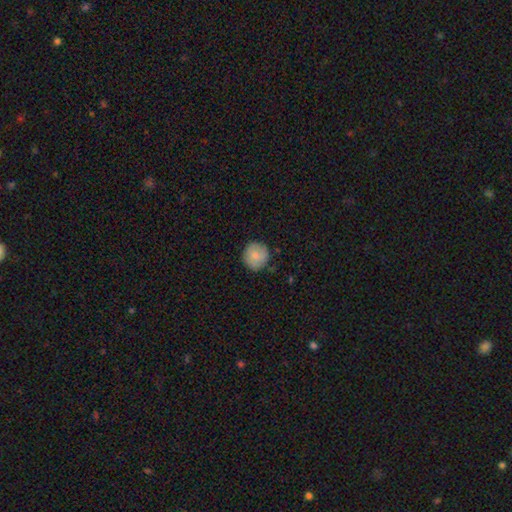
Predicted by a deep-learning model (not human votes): Q: Smooth or featured?
A: smooth (79%); runner-up: featured or disk (14%)
Q: How rounded?
A: round (92%); runner-up: in between (7%)
Q: Merging?
A: none (81%); runner-up: minor disturbance (15%)